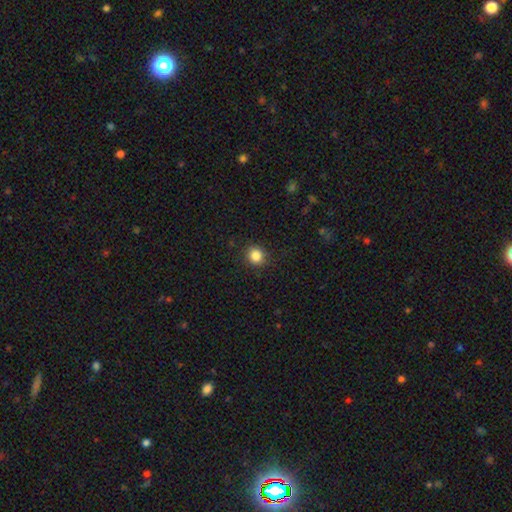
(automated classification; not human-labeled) Q: Smooth or featured?
A: smooth (85%); runner-up: star or artifact (11%)
Q: How rounded?
A: round (87%); runner-up: in between (12%)
Q: Merging?
A: none (89%); runner-up: minor disturbance (8%)